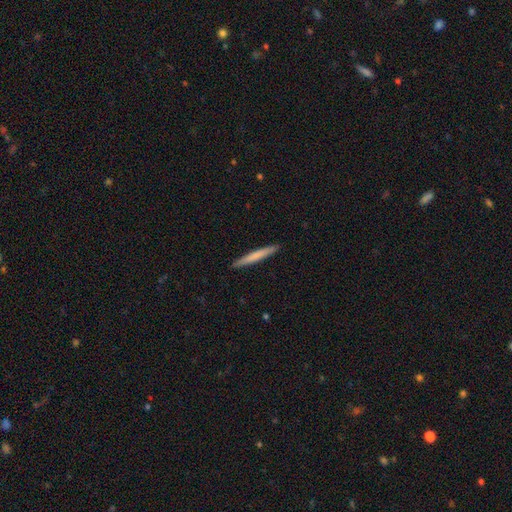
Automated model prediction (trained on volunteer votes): Overall: smooth (68%). How rounded: cigar-shaped (97%). Merging: none (92%).